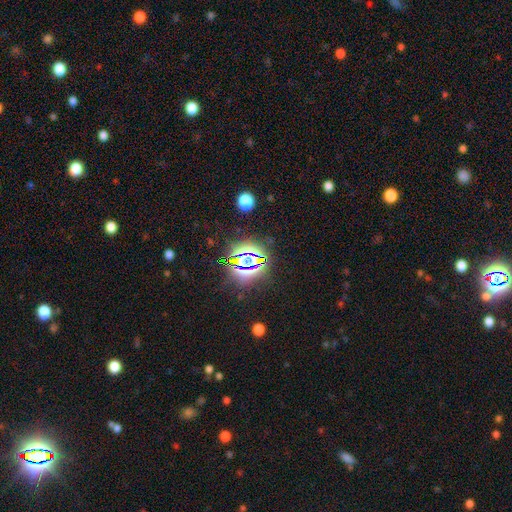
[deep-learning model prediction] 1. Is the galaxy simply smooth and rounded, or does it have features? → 76% star or artifact, 14% smooth, 9% featured or disk.